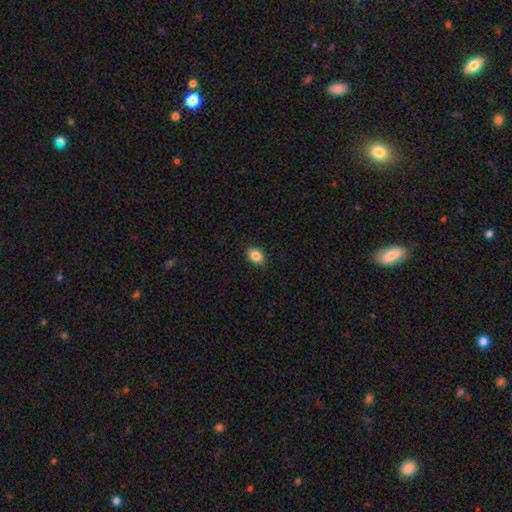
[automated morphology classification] The model was most divided on "how rounded": in between: 77%, round: 22%, cigar-shaped: 1%. More confident: merging — none (88%); smooth or featured — smooth (85%).